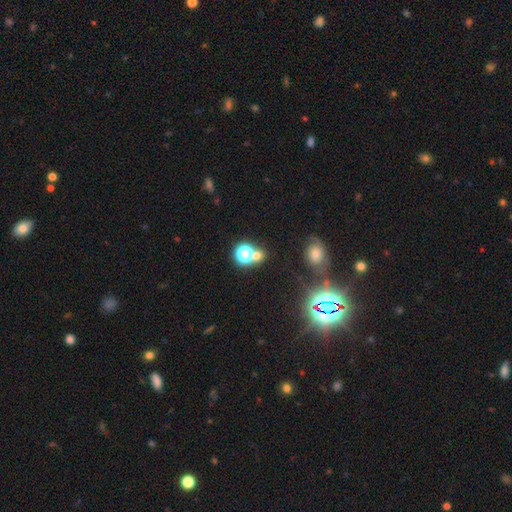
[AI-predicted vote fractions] smooth_or_featured: smooth (p=0.54) [alt: star or artifact p=0.36]
how_rounded: round (p=0.75) [alt: in between p=0.24]
merging: none (p=0.57) [alt: merger p=0.30]